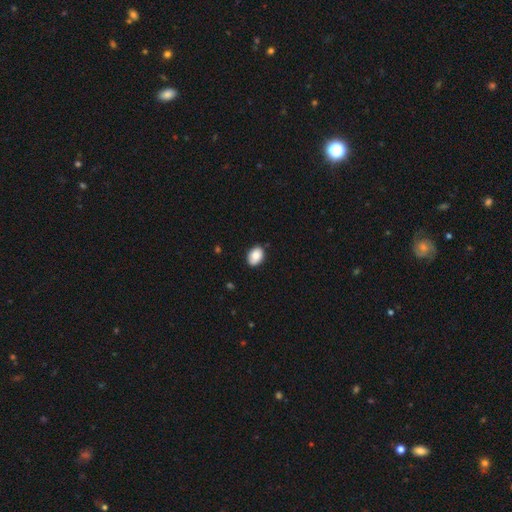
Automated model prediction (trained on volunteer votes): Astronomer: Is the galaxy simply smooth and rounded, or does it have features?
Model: smooth — 86%.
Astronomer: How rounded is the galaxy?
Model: in between — 78%.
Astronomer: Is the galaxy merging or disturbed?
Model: none — 82%.